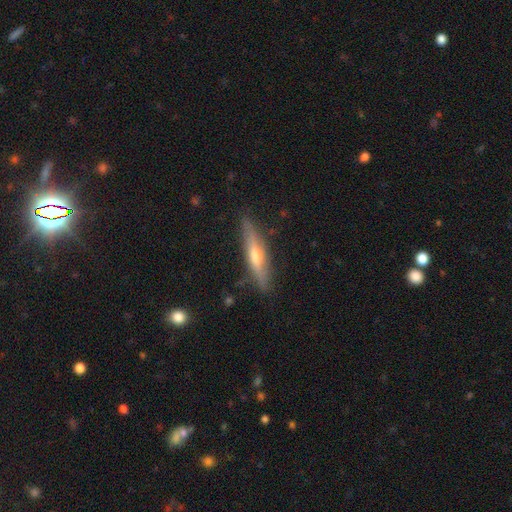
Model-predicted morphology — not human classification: Q: Smooth or featured?
A: featured or disk (56%); runner-up: smooth (38%)
Q: Edge-on disk?
A: yes (90%); runner-up: no (10%)
Q: Edge-on bulge?
A: rounded (78%); runner-up: none (14%)
Q: Merging?
A: none (83%); runner-up: minor disturbance (13%)